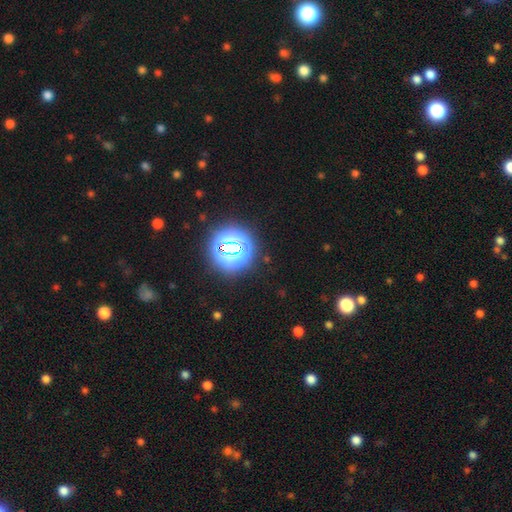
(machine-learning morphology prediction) type=star or artifact (76%).